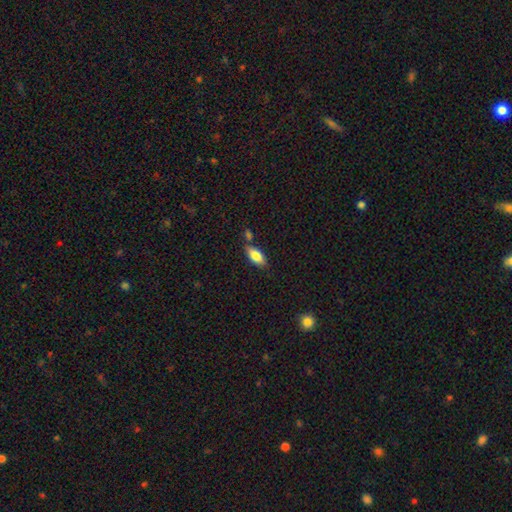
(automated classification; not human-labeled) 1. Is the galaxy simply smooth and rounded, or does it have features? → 79% smooth, 14% featured or disk, 7% star or artifact.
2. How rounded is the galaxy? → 83% in between, 14% cigar-shaped, 3% round.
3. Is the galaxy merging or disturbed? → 71% none, 15% minor disturbance, 11% merger, 3% major disturbance.